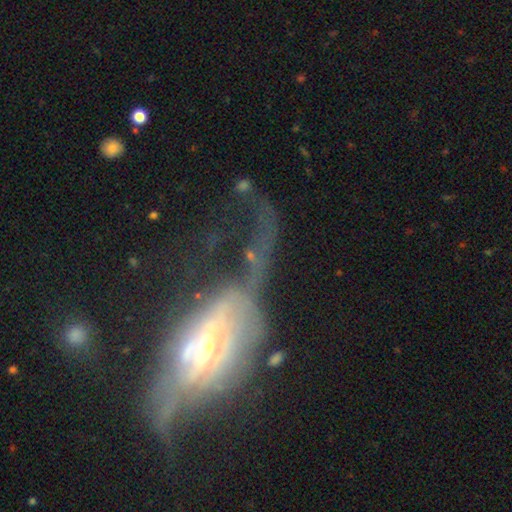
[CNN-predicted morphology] featured or disk 61%, smooth 24%, star or artifact 16%. Down the decision tree: edge-on disk — no (77%); merging — major disturbance (58%).